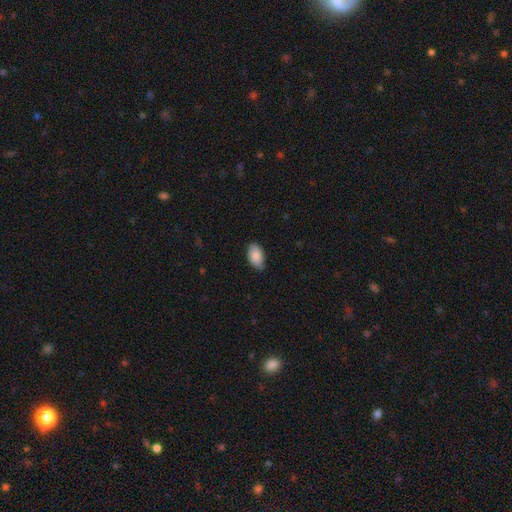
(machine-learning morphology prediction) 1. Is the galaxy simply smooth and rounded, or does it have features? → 86% smooth, 8% featured or disk, 6% star or artifact.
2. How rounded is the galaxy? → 93% in between, 5% round, 1% cigar-shaped.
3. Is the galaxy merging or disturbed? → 72% none, 24% minor disturbance, 3% major disturbance, 1% merger.